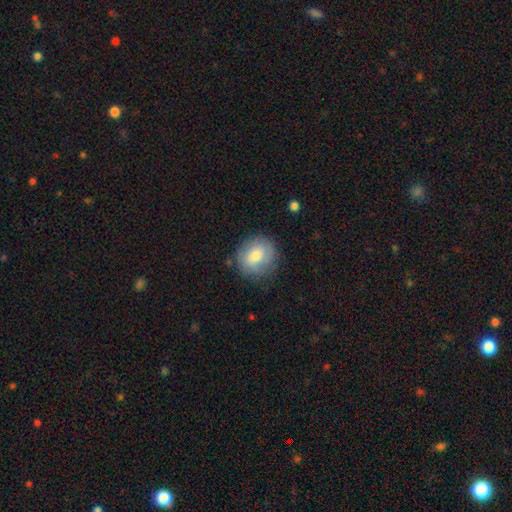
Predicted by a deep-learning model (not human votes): A smooth galaxy with no disk features (69%) that is round (85%). Merging: none (80%).